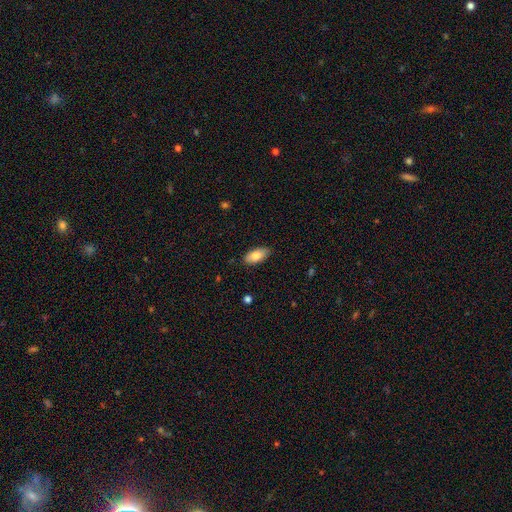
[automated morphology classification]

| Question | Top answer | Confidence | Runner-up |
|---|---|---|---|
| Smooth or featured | smooth | 83% | featured or disk (11%) |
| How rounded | in between | 91% | cigar-shaped (7%) |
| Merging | none | 87% | minor disturbance (10%) |